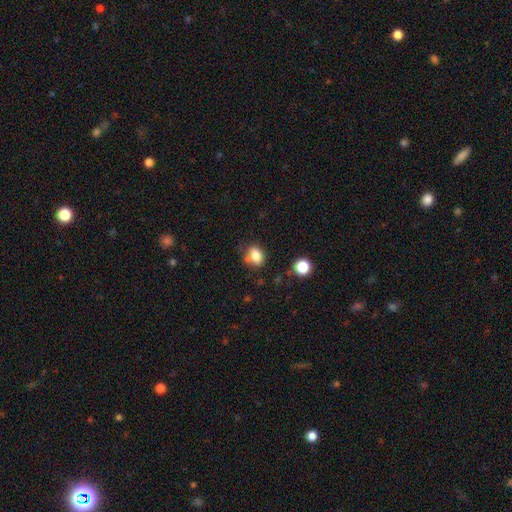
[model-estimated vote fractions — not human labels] Smooth or featured? Predicted: smooth (p=0.80). How rounded? Predicted: in between (p=0.70). Merging? Predicted: none (p=0.60).